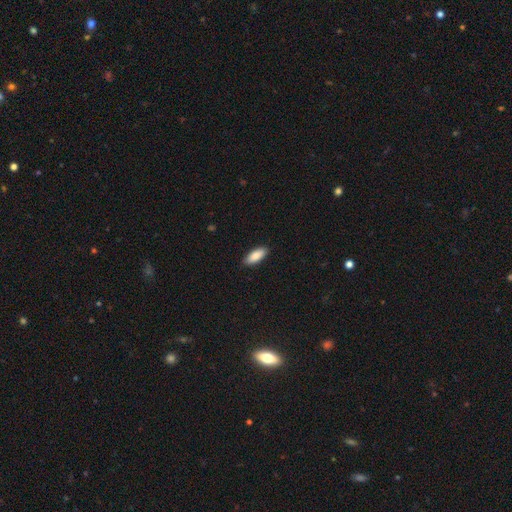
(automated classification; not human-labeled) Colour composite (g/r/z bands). It shows a smooth galaxy with no disk features (88%) that is in between round and cigar-shaped (81%). Merging: none (89%).